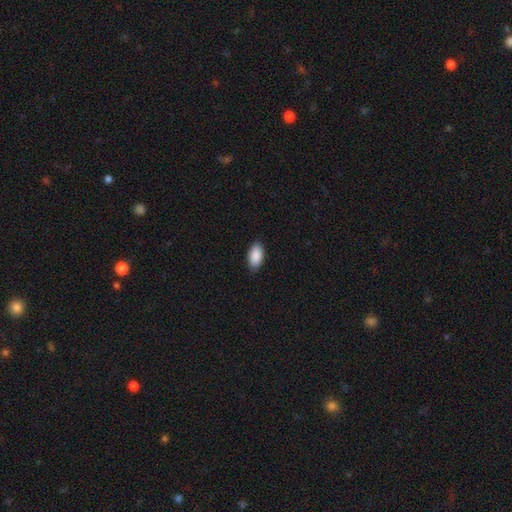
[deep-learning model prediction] The model was most divided on "merging": none: 86%, minor disturbance: 11%, major disturbance: 2%, merger: 1%. More confident: how rounded — in between (95%); smooth or featured — smooth (90%).